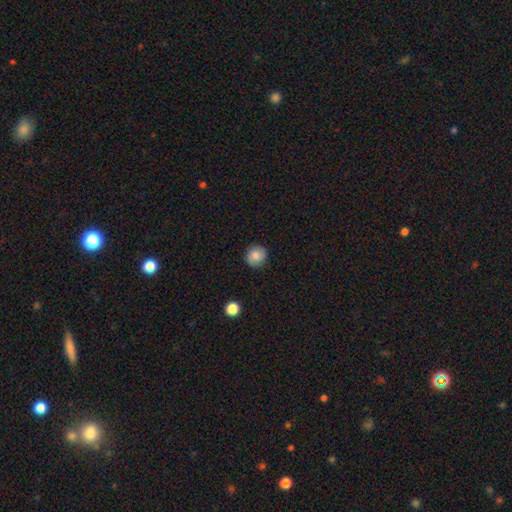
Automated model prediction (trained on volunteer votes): smooth-or-featured: smooth: 81% | featured or disk: 10% | star or artifact: 9%
  how-rounded: round: 90% | in between: 9% | cigar-shaped: 1%
  merging: none: 88% | minor disturbance: 8% | major disturbance: 2% | merger: 1%